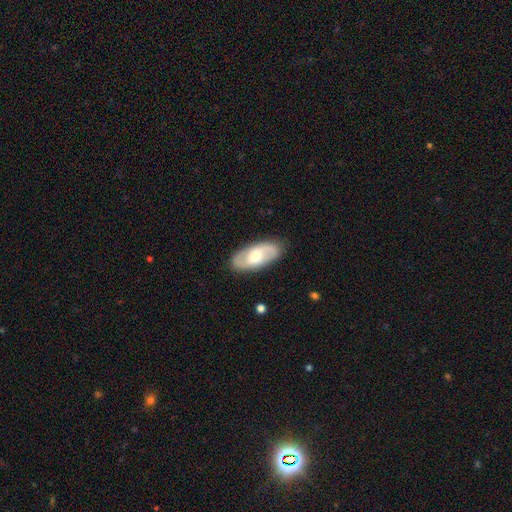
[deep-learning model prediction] smooth_or_featured: featured or disk (p=0.63) [alt: smooth p=0.32]
disk_edge_on: no (p=0.90) [alt: yes p=0.10]
bar: no (p=0.47) [alt: weak p=0.41]
has_spiral_arms: yes (p=0.80) [alt: no p=0.20]
bulge_size: moderate (p=0.69) [alt: small p=0.16]
merging: none (p=0.86) [alt: minor disturbance p=0.10]